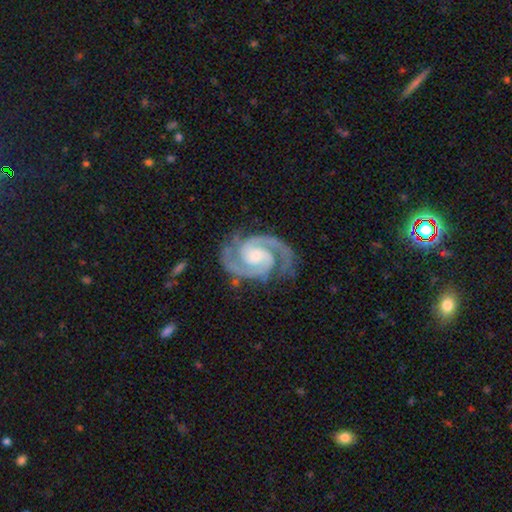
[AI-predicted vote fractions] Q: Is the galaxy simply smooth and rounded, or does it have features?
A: featured or disk — 94%.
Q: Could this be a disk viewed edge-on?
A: no — 98%.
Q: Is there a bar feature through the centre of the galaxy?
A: no — 53%.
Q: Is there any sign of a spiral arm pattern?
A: yes — 99%.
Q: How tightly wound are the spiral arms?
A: tight — 51%.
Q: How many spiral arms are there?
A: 2 — 92%.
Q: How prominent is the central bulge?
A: small — 49%.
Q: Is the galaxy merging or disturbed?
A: none — 80%.